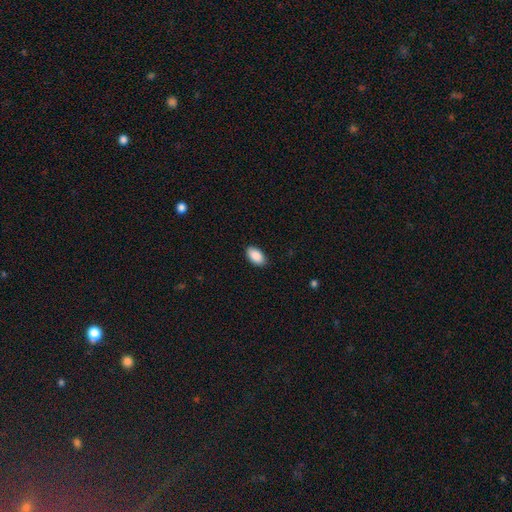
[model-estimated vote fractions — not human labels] This is clearly a smooth galaxy (90%). How rounded: clearly in between (95%). Merging: clearly none (88%).